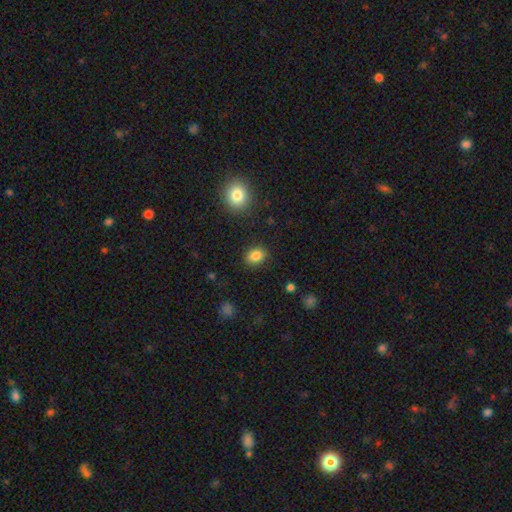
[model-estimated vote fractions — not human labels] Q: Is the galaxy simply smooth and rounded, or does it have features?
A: smooth — 85%.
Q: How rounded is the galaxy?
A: in between — 57%.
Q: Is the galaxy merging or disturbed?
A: none — 87%.